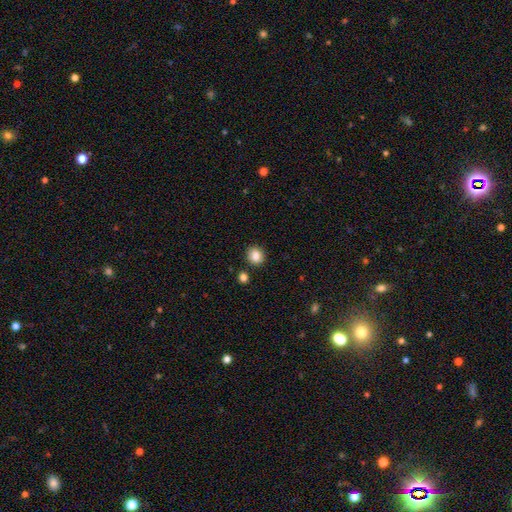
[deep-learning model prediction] Smooth or featured: smooth — 85% (star or artifact — 10%)
How rounded: round — 80% (in between — 19%)
Merging: none — 86% (minor disturbance — 8%)